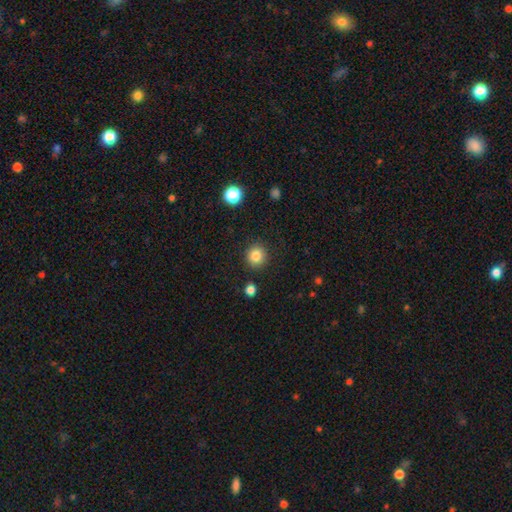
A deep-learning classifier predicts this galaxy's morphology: smooth 84%, star or artifact 11%, featured or disk 5%. Down the decision tree: how rounded — round (89%); merging — none (89%).